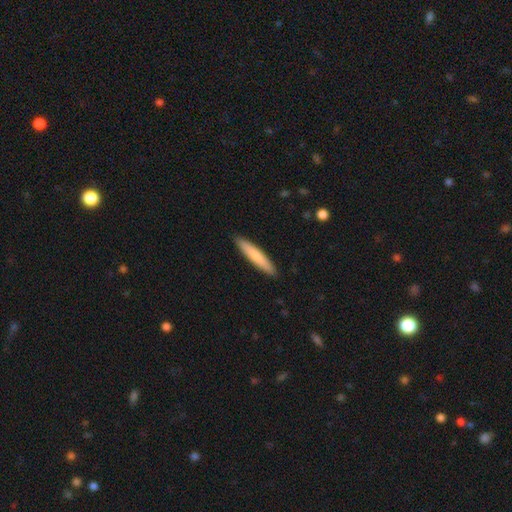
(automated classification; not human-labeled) A smooth galaxy with no disk features (77%) that is cigar-shaped (92%).

Vote fractions:
- Smooth or featured? smooth: 77% / featured or disk: 18% / star or artifact: 5%
- How rounded? cigar-shaped: 92% / in between: 7% / round: 1%
- Merging? none: 91% / minor disturbance: 6% / major disturbance: 1% / merger: 1%